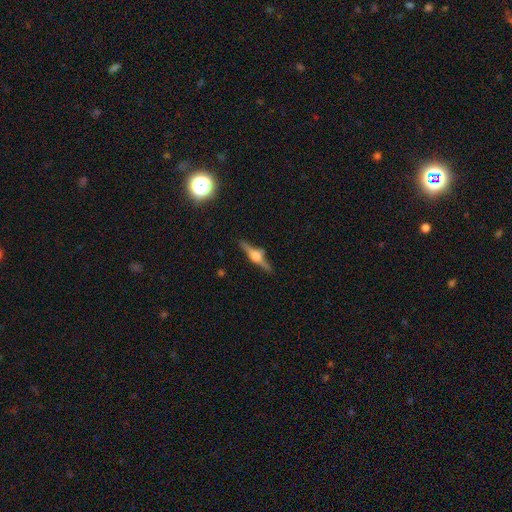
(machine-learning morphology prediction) Smooth or featured? Predicted: featured or disk (p=0.81). Edge-on disk? Predicted: yes (p=0.98). Edge-on bulge? Predicted: rounded (p=0.93). Merging? Predicted: none (p=0.88).